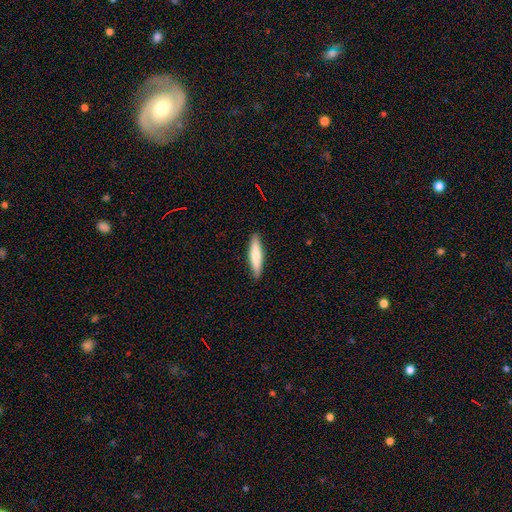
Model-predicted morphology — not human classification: smooth-or-featured: smooth: 71% | featured or disk: 24% | star or artifact: 5%
  how-rounded: cigar-shaped: 81% | in between: 18% | round: 1%
  merging: none: 89% | minor disturbance: 8% | major disturbance: 2% | merger: 1%